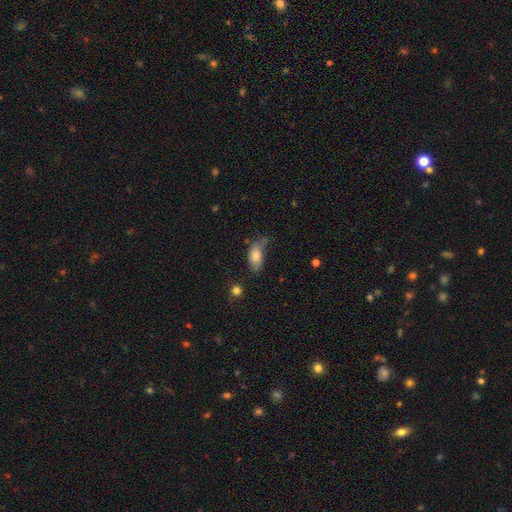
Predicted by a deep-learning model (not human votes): Smooth or featured: smooth — 74% (featured or disk — 18%)
How rounded: in between — 89% (cigar-shaped — 6%)
Merging: none — 36% (tied with minor disturbance — 36%)